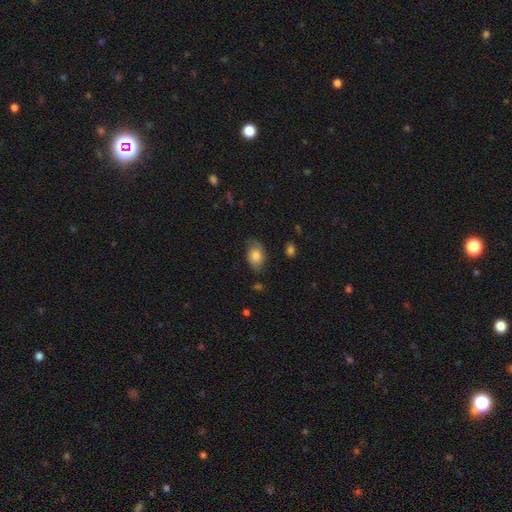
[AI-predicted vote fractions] Smooth or featured? smooth (70%)
How rounded? in between (86%)
Merging? none (69%)